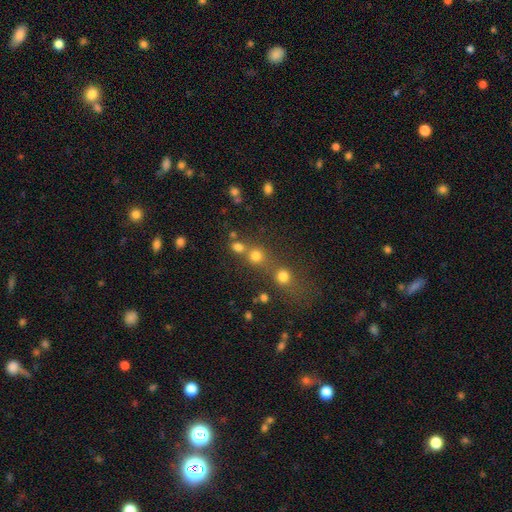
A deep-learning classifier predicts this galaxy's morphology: The model was most divided on "merging": none: 52%, merger: 37%, minor disturbance: 7%, major disturbance: 4%. More confident: how rounded — round (88%); smooth or featured — smooth (75%).